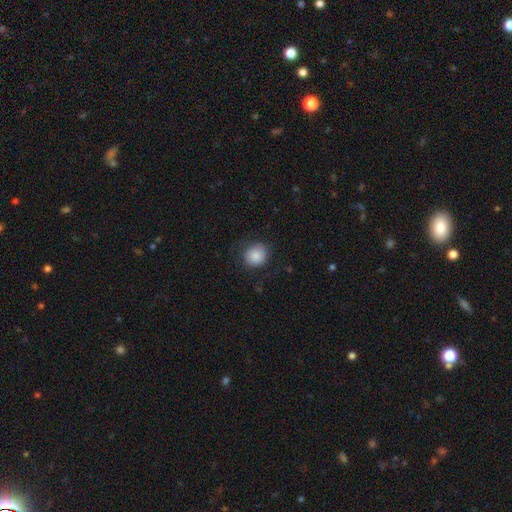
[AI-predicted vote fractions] A smooth galaxy with no disk features (85%) that is round (83%).

Vote fractions:
- Smooth or featured? smooth: 85% / star or artifact: 8% / featured or disk: 7%
- How rounded? round: 83% / in between: 16% / cigar-shaped: 1%
- Merging? none: 76% / minor disturbance: 17% / major disturbance: 6% / merger: 1%